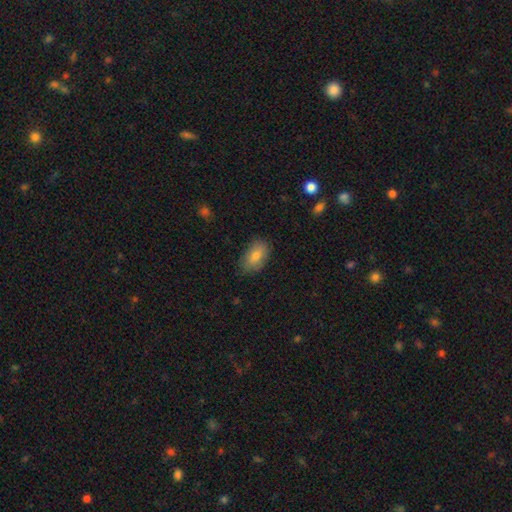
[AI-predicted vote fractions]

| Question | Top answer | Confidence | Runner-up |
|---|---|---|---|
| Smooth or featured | smooth | 79% | featured or disk (13%) |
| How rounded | in between | 91% | round (7%) |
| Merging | none | 79% | minor disturbance (16%) |